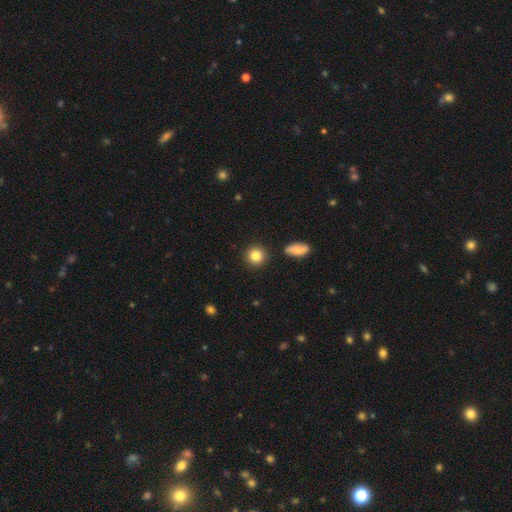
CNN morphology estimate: Overall: smooth (84%). How rounded: round (90%). Merging: none (88%).